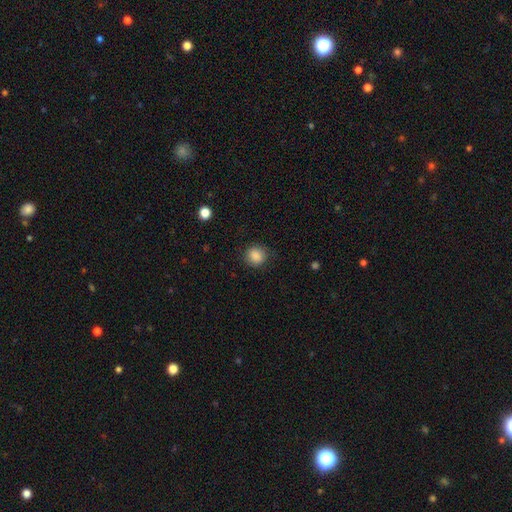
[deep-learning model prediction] Smooth or featured? Predicted: smooth (p=0.87). How rounded? Predicted: round (p=0.87). Merging? Predicted: none (p=0.84).